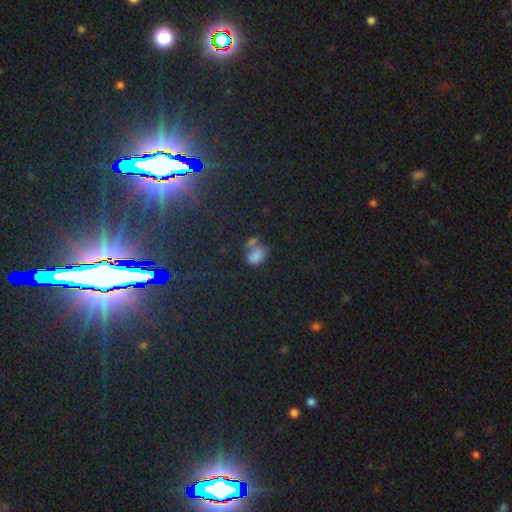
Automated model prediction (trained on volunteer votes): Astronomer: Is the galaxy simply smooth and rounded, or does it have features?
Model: smooth — 68%.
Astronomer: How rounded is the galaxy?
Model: in between — 82%.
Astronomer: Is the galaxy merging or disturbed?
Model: none — 41% (runner-up: merger, 28%).